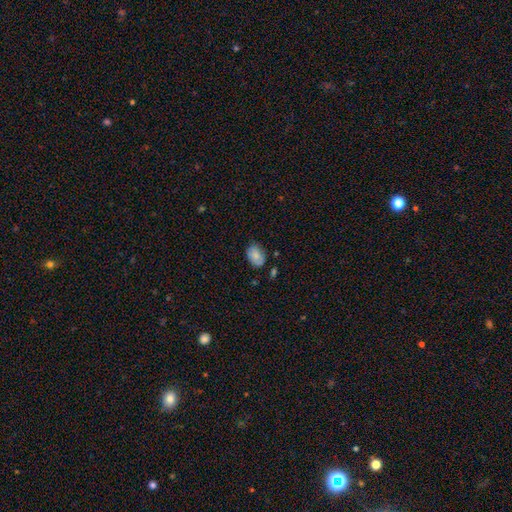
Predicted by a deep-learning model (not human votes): Smooth or featured?
  - smooth: 79% *
  - featured or disk: 14%
  - star or artifact: 8%
How rounded?
  - in between: 82% *
  - round: 17%
  - cigar-shaped: 1%
Merging?
  - none: 69% *
  - minor disturbance: 24%
  - major disturbance: 4%
  - merger: 3%